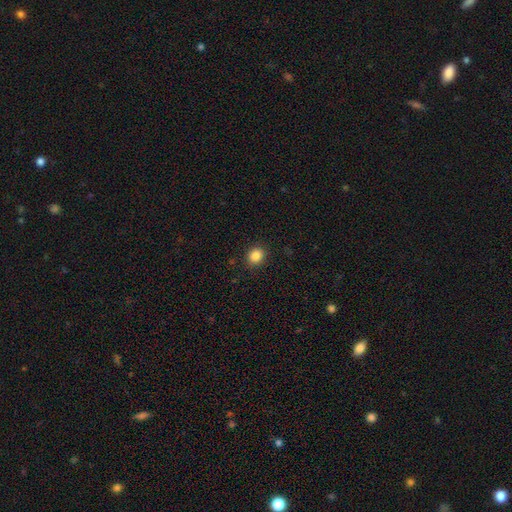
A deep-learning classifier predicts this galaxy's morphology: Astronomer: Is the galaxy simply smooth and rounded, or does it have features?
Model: smooth — 85%.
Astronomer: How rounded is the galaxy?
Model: round — 69%.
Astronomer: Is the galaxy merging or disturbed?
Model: none — 89%.